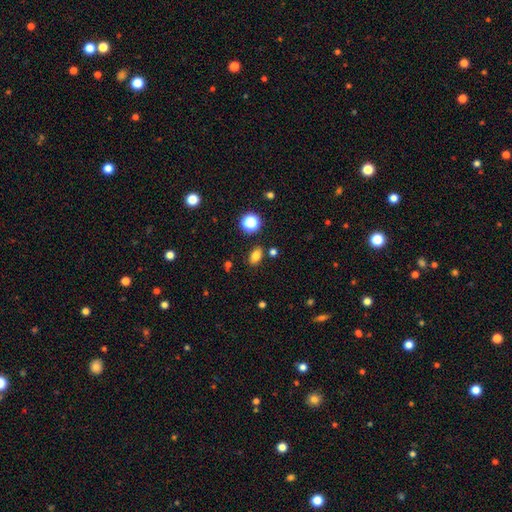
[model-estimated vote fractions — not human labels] Smooth or featured: smooth — 79% (star or artifact — 15%)
How rounded: in between — 82% (round — 15%)
Merging: none — 83% (minor disturbance — 10%)